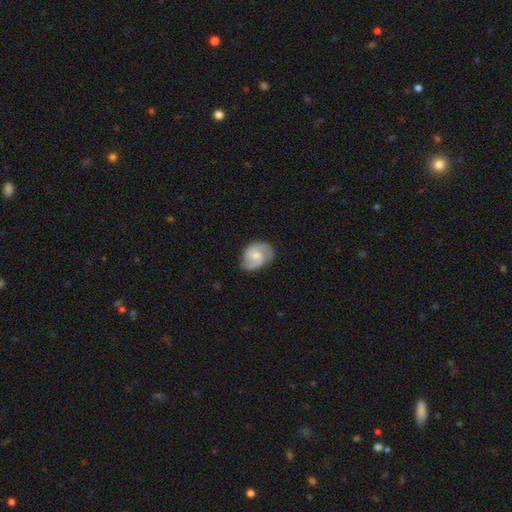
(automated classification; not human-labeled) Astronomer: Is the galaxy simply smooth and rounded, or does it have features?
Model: featured or disk — 73%.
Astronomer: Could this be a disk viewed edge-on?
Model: no — 98%.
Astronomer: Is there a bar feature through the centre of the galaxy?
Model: no — 53% (runner-up: weak, 40%).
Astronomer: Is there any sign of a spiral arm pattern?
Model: yes — 94%.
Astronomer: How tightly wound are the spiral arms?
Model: medium — 50% (runner-up: tight, 34%).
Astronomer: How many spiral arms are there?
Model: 2 — 85%.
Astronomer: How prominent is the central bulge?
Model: moderate — 51% (runner-up: small, 40%).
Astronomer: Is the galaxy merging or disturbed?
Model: none — 71%.